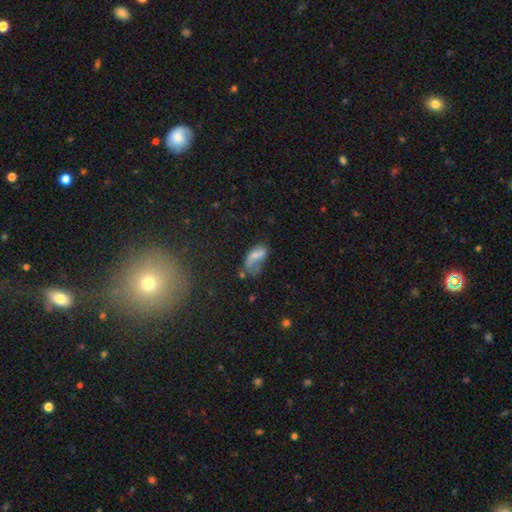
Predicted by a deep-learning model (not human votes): Smooth or featured? smooth (53%)
How rounded? in between (87%)
Merging? major disturbance (42%)